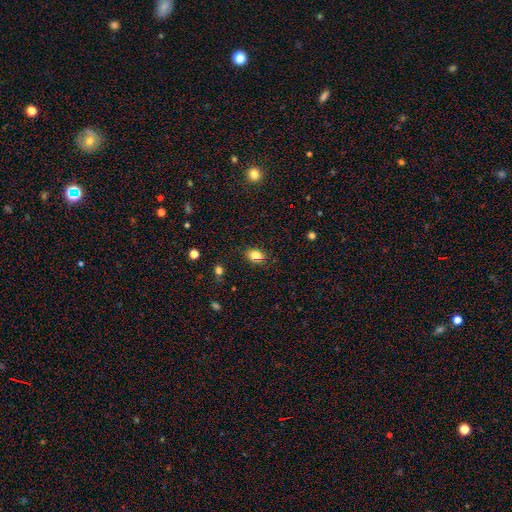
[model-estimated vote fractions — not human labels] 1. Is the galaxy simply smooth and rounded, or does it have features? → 82% smooth, 11% star or artifact, 8% featured or disk.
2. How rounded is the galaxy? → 72% in between, 27% round, 2% cigar-shaped.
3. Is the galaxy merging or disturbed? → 84% none, 12% minor disturbance, 3% major disturbance, 1% merger.